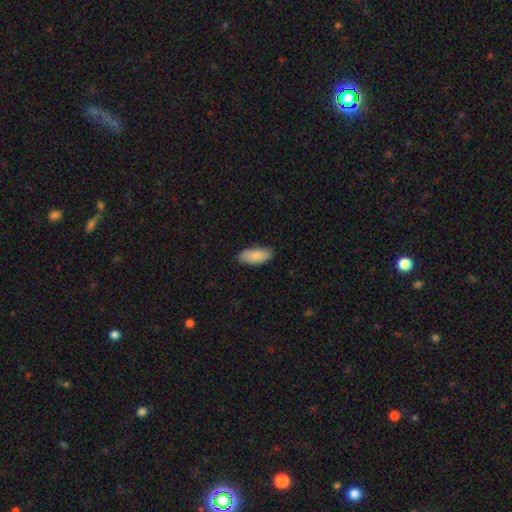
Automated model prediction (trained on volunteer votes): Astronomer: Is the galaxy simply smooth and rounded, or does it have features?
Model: smooth — 86%.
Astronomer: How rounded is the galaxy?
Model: in between — 85%.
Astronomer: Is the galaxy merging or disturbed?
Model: none — 84%.